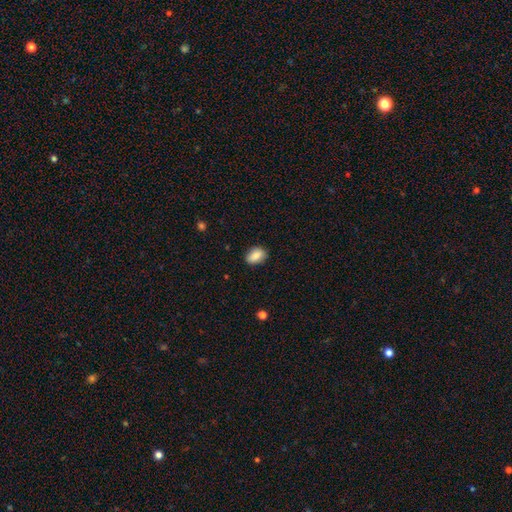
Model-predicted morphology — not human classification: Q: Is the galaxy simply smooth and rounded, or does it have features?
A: smooth — 84%.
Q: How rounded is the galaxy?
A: in between — 79%.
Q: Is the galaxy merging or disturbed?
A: none — 84%.